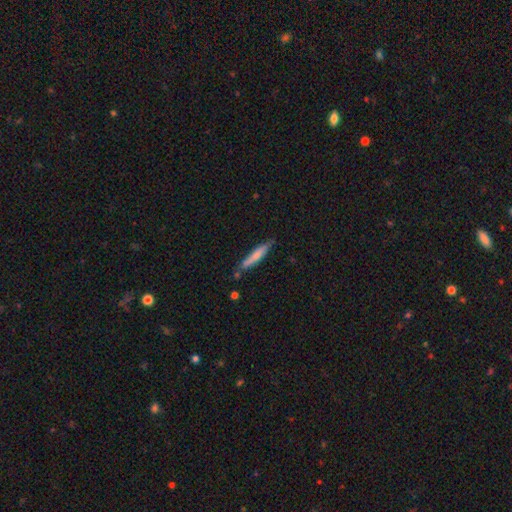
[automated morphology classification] This is likely a smooth galaxy (66%). How rounded: clearly cigar-shaped (92%). Merging: likely none (75%).